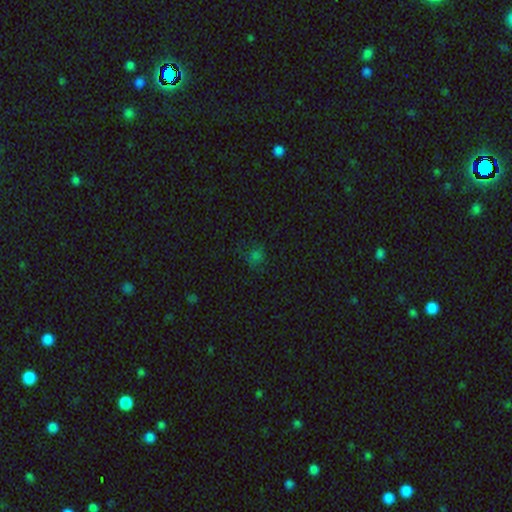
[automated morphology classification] Overall: smooth (58%; star or artifact 34%). How rounded: round (78%). Merging: none (71%).